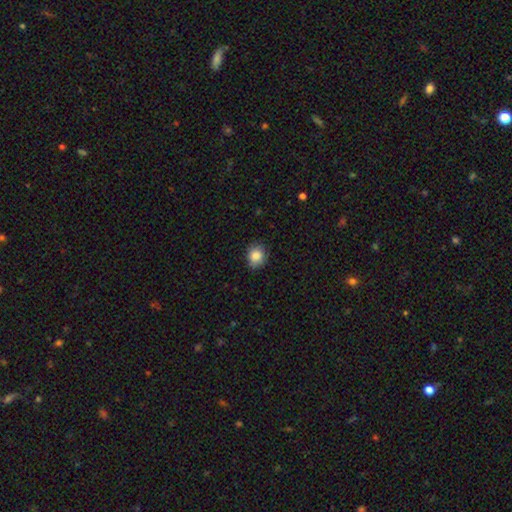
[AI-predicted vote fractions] smooth_or_featured: smooth (p=0.86) [alt: star or artifact p=0.09]
how_rounded: round (p=0.72) [alt: in between p=0.27]
merging: none (p=0.81) [alt: minor disturbance p=0.15]